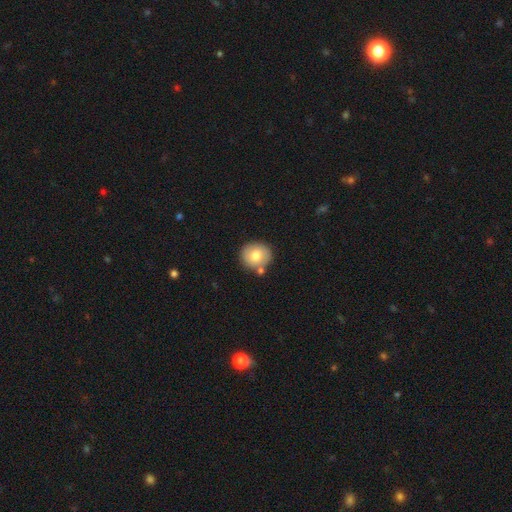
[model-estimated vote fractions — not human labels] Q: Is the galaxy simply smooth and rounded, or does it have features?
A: smooth — 75%.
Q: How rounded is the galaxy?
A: round — 86%.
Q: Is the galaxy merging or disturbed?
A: none — 77%.